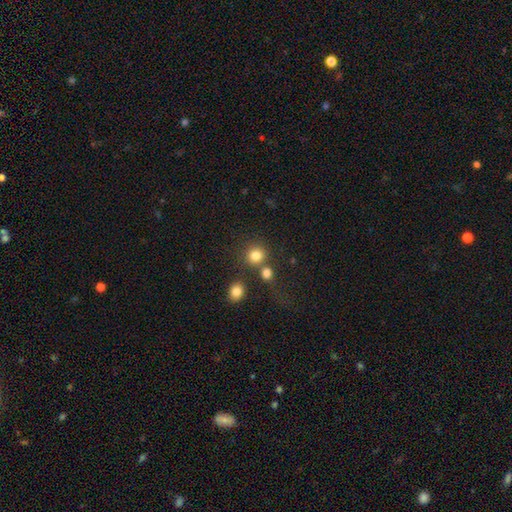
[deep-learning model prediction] Smooth or featured?
  - smooth: 81% *
  - star or artifact: 12%
  - featured or disk: 6%
How rounded?
  - round: 87% *
  - in between: 12%
  - cigar-shaped: 1%
Merging?
  - none: 67% *
  - merger: 20%
  - minor disturbance: 8%
  - major disturbance: 5%